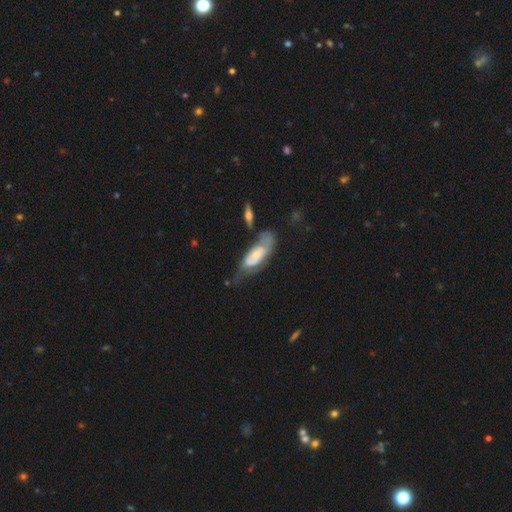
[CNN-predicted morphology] A featured or disk galaxy (50%). Merging: none (31%).